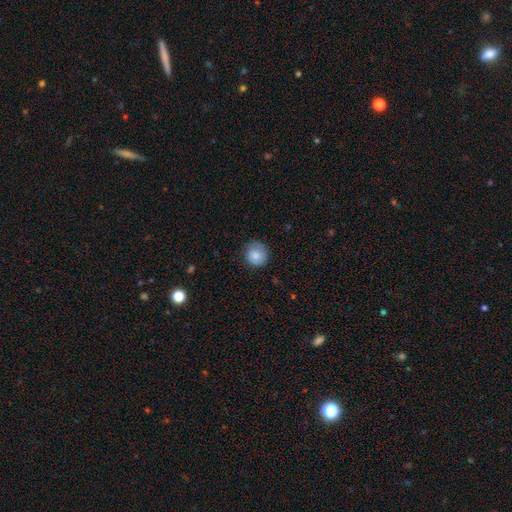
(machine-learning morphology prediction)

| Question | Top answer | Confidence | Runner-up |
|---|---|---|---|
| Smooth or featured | smooth | 84% | featured or disk (8%) |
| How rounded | round | 91% | in between (8%) |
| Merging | none | 76% | minor disturbance (19%) |